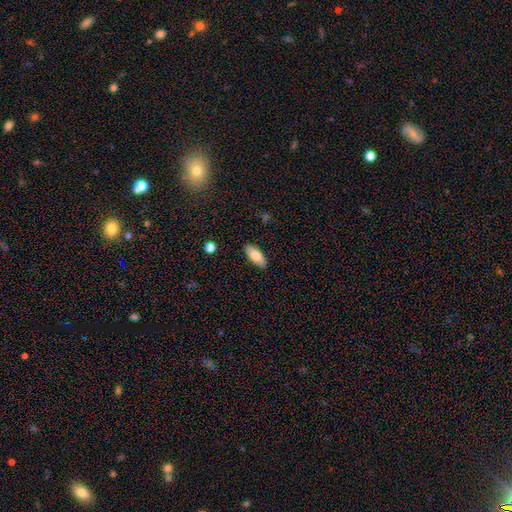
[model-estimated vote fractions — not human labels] Morphology: type=smooth (78%); roundness=in between (86%); merging=none (87%).